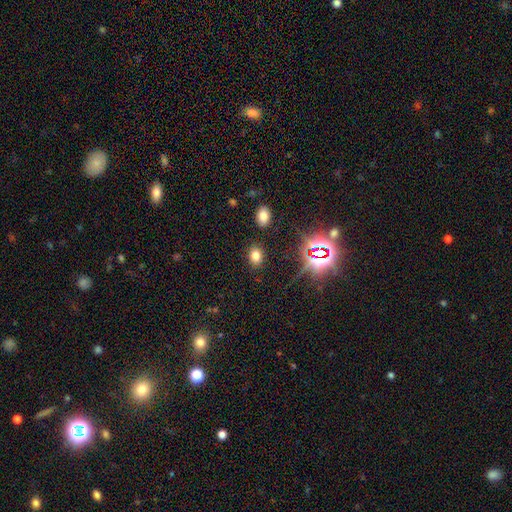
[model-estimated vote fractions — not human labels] Q: Smooth or featured?
A: smooth (71%); runner-up: star or artifact (21%)
Q: How rounded?
A: in between (68%); runner-up: round (31%)
Q: Merging?
A: none (86%); runner-up: minor disturbance (8%)